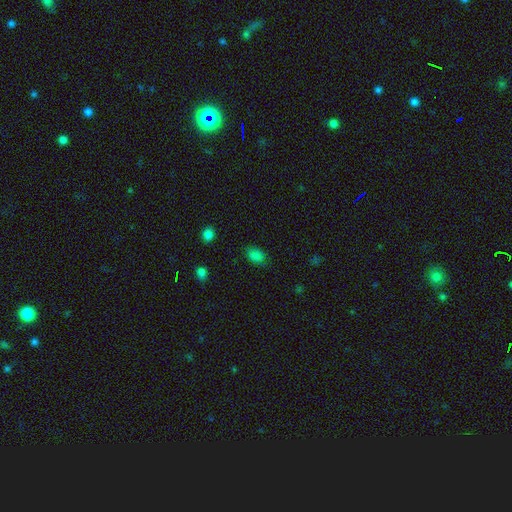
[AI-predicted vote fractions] This is clearly a smooth galaxy (83%). How rounded: clearly in between (84%). Merging: likely none (79%).